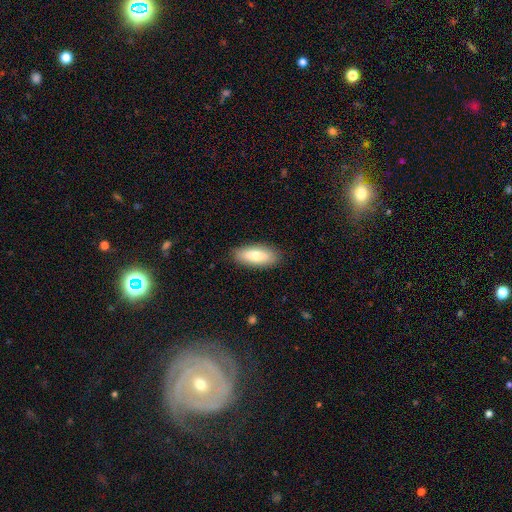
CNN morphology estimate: A smooth galaxy with no disk features (77%) that is in between round and cigar-shaped (78%).

Vote fractions:
- Smooth or featured? smooth: 77% / featured or disk: 17% / star or artifact: 6%
- How rounded? in between: 78% / cigar-shaped: 20% / round: 2%
- Merging? none: 87% / minor disturbance: 10% / major disturbance: 2% / merger: 1%